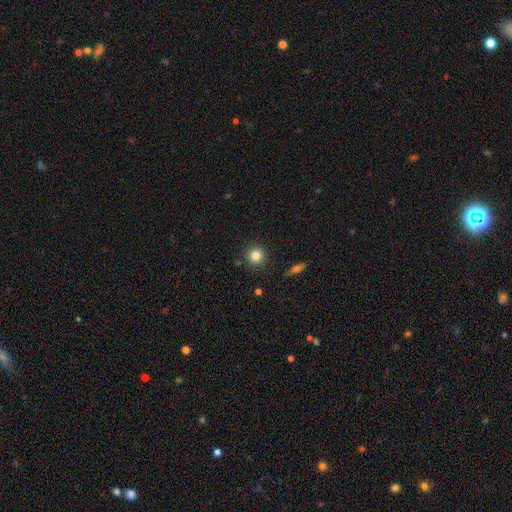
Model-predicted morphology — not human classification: Q: Smooth or featured?
A: smooth (82%); runner-up: star or artifact (11%)
Q: How rounded?
A: round (94%); runner-up: in between (5%)
Q: Merging?
A: none (89%); runner-up: minor disturbance (7%)